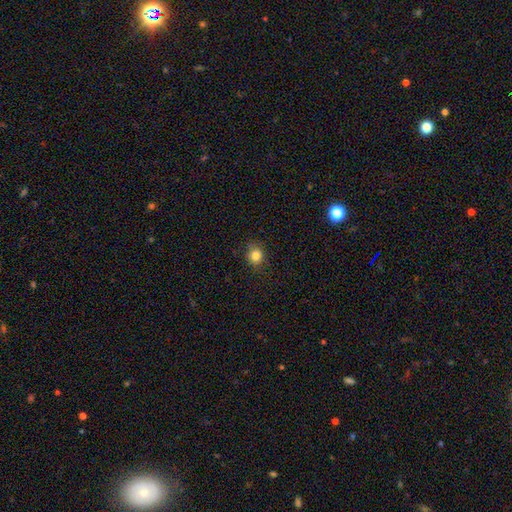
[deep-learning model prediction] smooth_or_featured: smooth (p=0.83) [alt: star or artifact p=0.12]
how_rounded: round (p=0.83) [alt: in between p=0.16]
merging: none (p=0.84) [alt: minor disturbance p=0.12]